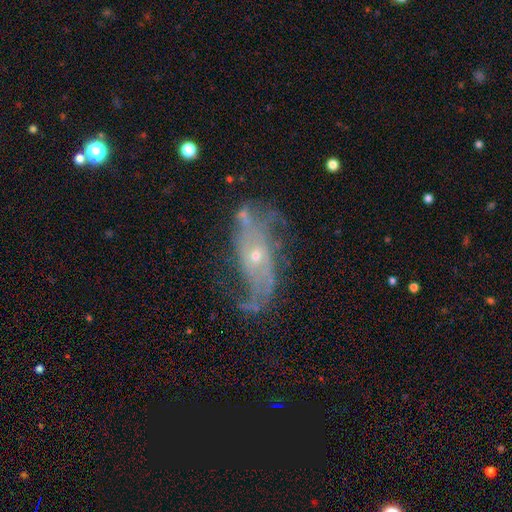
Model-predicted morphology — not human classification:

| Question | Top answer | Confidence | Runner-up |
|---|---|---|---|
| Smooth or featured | featured or disk | 80% | smooth (11%) |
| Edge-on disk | no | 90% | yes (10%) |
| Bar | no | 70% | weak (22%) |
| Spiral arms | yes | 85% | no (15%) |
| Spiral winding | loose | 53% | medium (31%) |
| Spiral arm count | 2 | 57% | can't tell (21%) |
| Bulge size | small | 73% | moderate (24%) |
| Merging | none | 52% | minor disturbance (22%) |